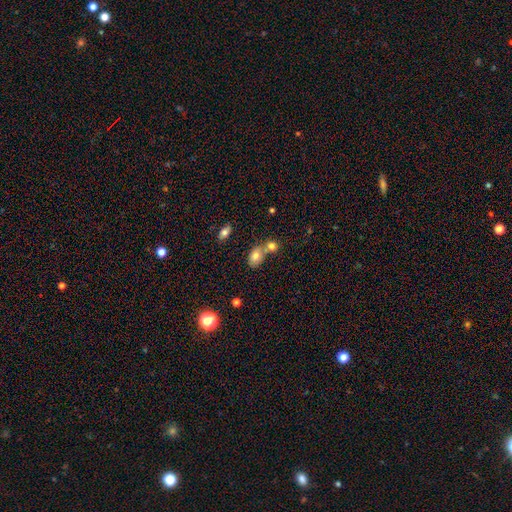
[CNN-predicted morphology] Smooth or featured?
  - smooth: 76% *
  - featured or disk: 13%
  - star or artifact: 11%
How rounded?
  - in between: 79% *
  - round: 19%
  - cigar-shaped: 2%
Merging?
  - none: 45% *
  - merger: 41%
  - minor disturbance: 11%
  - major disturbance: 4%